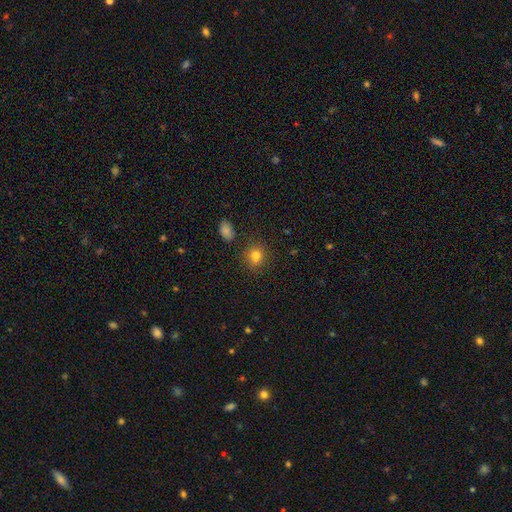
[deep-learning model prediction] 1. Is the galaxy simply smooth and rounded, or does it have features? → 80% smooth, 13% star or artifact, 7% featured or disk.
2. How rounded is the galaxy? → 78% round, 21% in between, 1% cigar-shaped.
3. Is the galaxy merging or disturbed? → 84% none, 10% minor disturbance, 3% major disturbance, 3% merger.